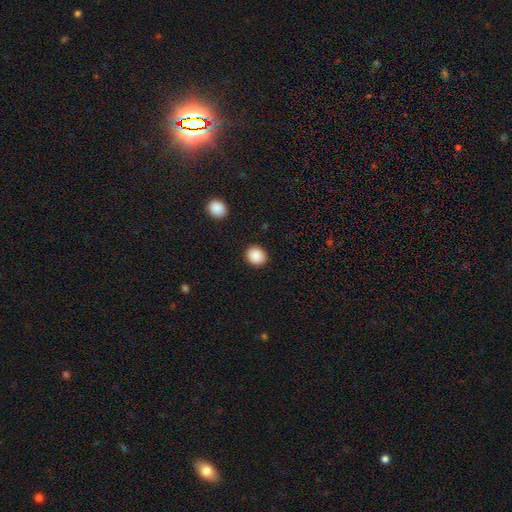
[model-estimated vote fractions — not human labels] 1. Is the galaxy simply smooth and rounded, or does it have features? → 89% smooth, 8% star or artifact, 3% featured or disk.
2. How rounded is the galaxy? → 76% round, 23% in between, 1% cigar-shaped.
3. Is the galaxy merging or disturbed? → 90% none, 6% minor disturbance, 2% major disturbance, 1% merger.